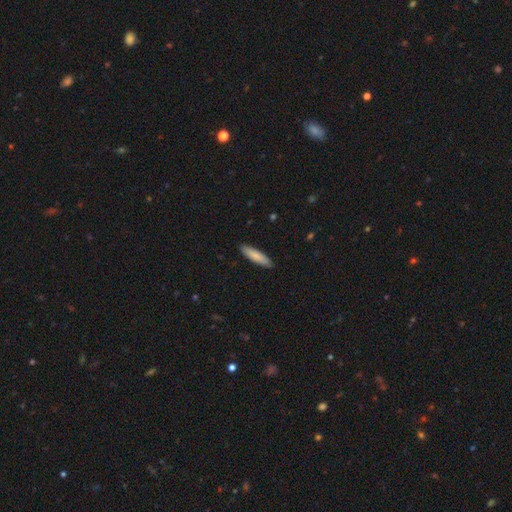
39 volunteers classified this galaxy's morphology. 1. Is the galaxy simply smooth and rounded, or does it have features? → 95% smooth, 5% featured or disk, 0% star or artifact.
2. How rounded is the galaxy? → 76% cigar-shaped, 22% in between, 3% round.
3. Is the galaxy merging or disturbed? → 87% none, 13% minor disturbance, 0% major disturbance, 0% merger.